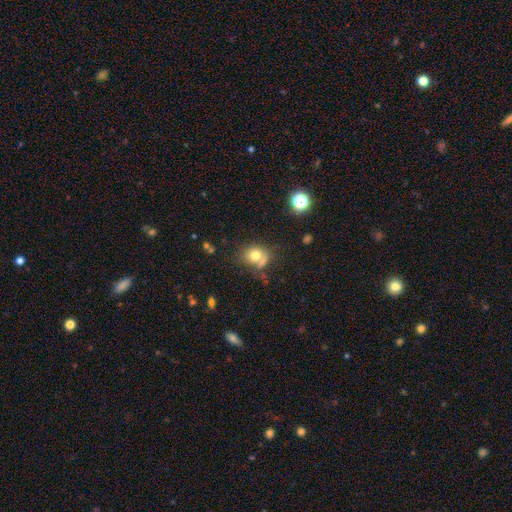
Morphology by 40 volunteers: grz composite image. It shows a smooth galaxy with no disk features (82%) that is round (73%). Merging: none (54%).